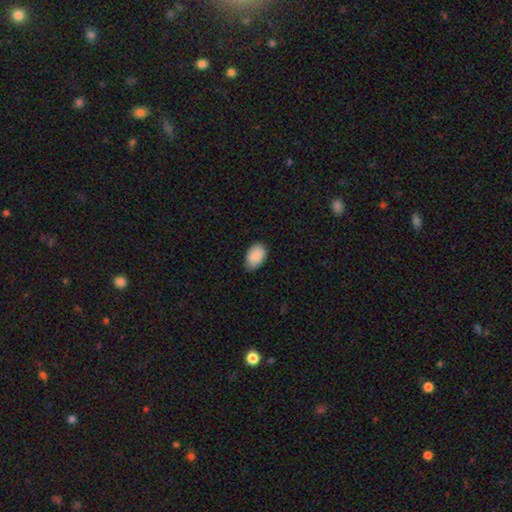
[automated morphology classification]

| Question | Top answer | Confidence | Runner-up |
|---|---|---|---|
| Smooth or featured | smooth | 89% | star or artifact (7%) |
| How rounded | in between | 88% | round (11%) |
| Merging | none | 74% | minor disturbance (22%) |